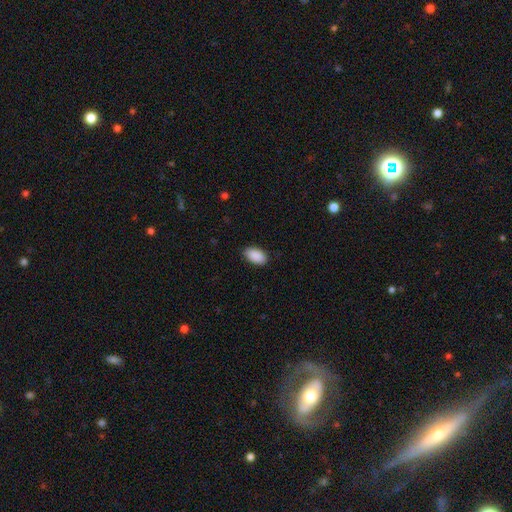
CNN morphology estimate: smooth-or-featured: smooth: 91% | star or artifact: 6% | featured or disk: 3%
  how-rounded: in between: 94% | round: 4% | cigar-shaped: 2%
  merging: none: 85% | minor disturbance: 11% | major disturbance: 2% | merger: 1%